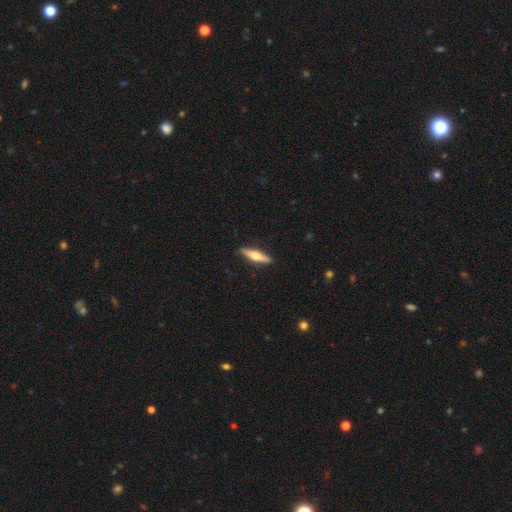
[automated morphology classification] smooth_or_featured: featured or disk (p=0.58) [alt: smooth p=0.36]
disk_edge_on: yes (p=0.96) [alt: no p=0.04]
edge_on_bulge: rounded (p=0.93) [alt: boxy p=0.04]
merging: none (p=0.90) [alt: minor disturbance p=0.07]